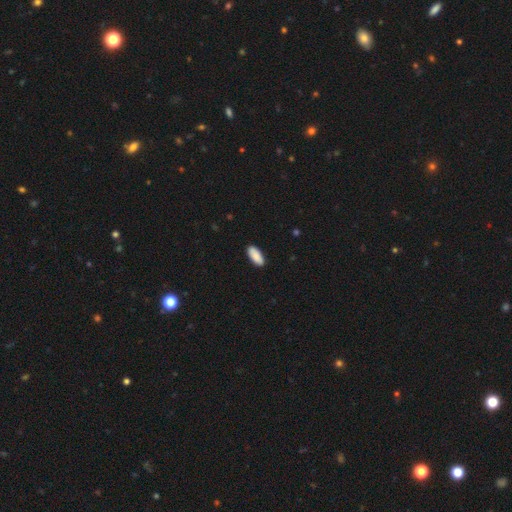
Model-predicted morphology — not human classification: The model was most divided on "how rounded": in between: 83%, cigar-shaped: 15%, round: 2%. More confident: smooth or featured — smooth (90%); merging — none (89%).